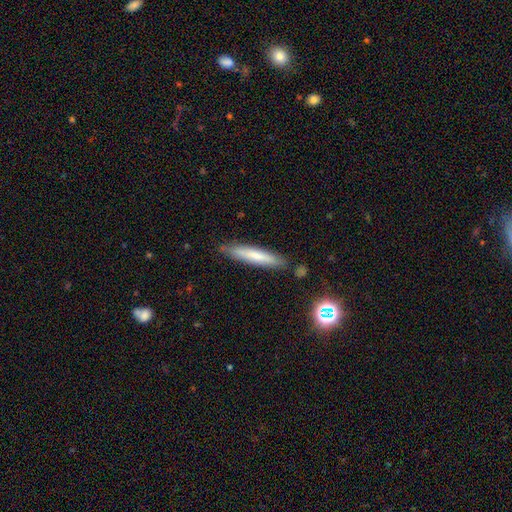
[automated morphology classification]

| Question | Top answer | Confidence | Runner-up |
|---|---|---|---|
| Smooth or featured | smooth | 66% | featured or disk (27%) |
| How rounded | cigar-shaped | 91% | in between (8%) |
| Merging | none | 83% | minor disturbance (12%) |